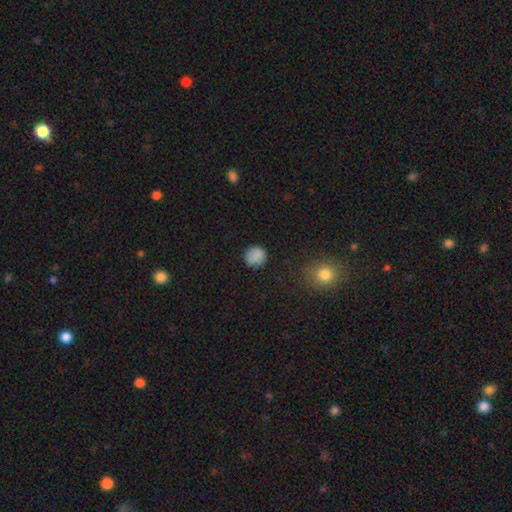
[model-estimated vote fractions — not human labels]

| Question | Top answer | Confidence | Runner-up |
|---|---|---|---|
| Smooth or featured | smooth | 86% | star or artifact (10%) |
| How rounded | round | 89% | in between (10%) |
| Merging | none | 86% | minor disturbance (10%) |